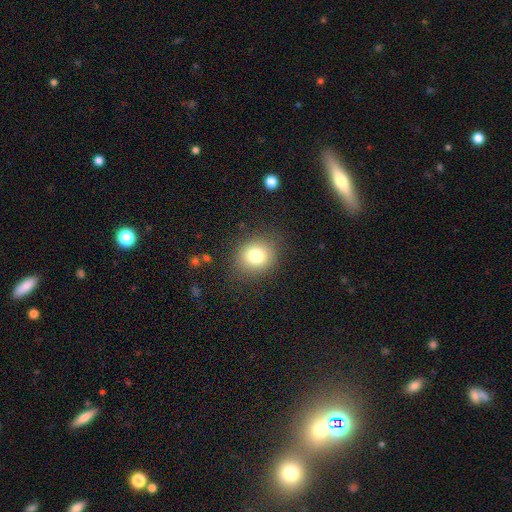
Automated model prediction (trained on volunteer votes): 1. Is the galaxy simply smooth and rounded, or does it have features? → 79% smooth, 12% star or artifact, 9% featured or disk.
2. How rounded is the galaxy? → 75% round, 24% in between, 1% cigar-shaped.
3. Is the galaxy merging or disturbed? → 85% none, 10% minor disturbance, 4% major disturbance, 1% merger.